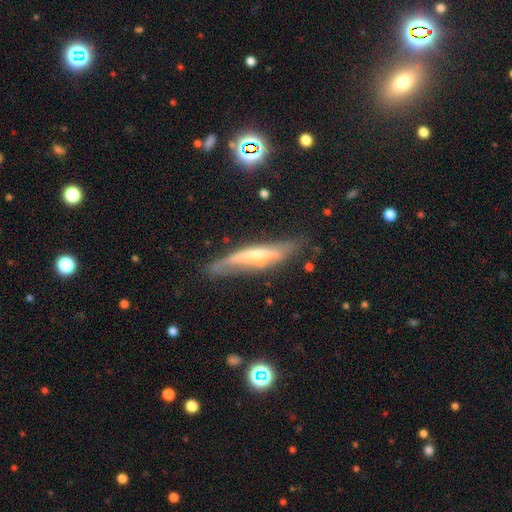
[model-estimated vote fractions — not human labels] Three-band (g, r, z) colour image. It shows a featured or disk galaxy (57%) viewed edge-on (80%). Merging: none (63%).